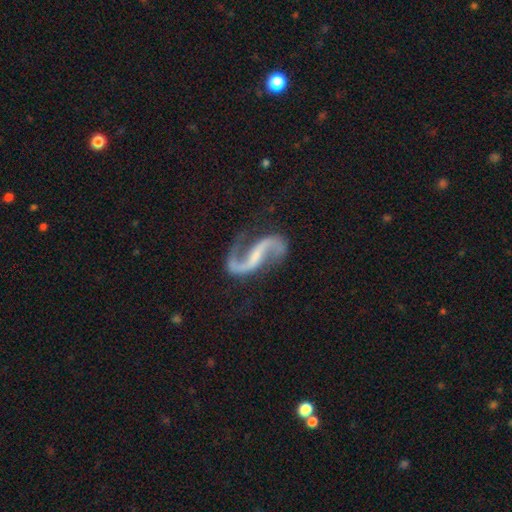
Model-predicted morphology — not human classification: Overall: featured or disk (92%). Edge-on disk: no (98%). Bar: weak (39%; strong 37%). Spiral arms: yes (98%). Spiral arm count: 2 (94%). Spiral winding: loose (64%; medium 30%). Bulge size: small (41%; none 38%). Merging: none (76%).